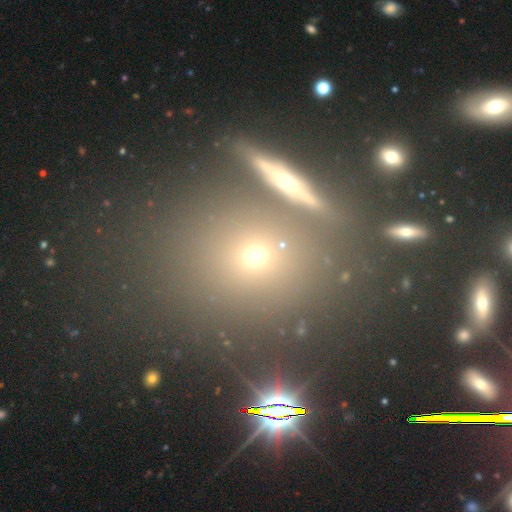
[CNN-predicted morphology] Smooth or featured? smooth (60%)
How rounded? round (59%)
Merging? none (69%)